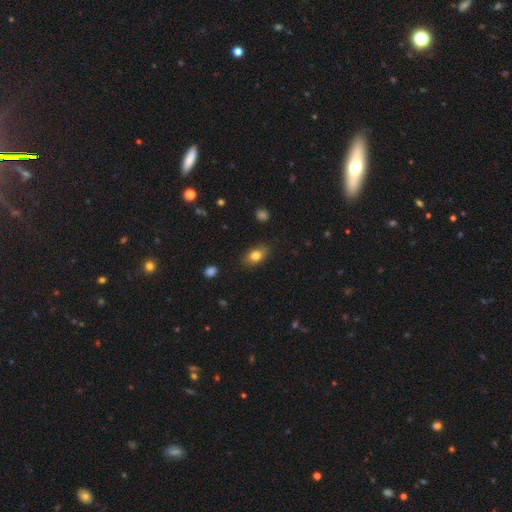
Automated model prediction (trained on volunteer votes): This is likely a smooth galaxy (80%). How rounded: clearly in between (81%). Merging: clearly none (82%).